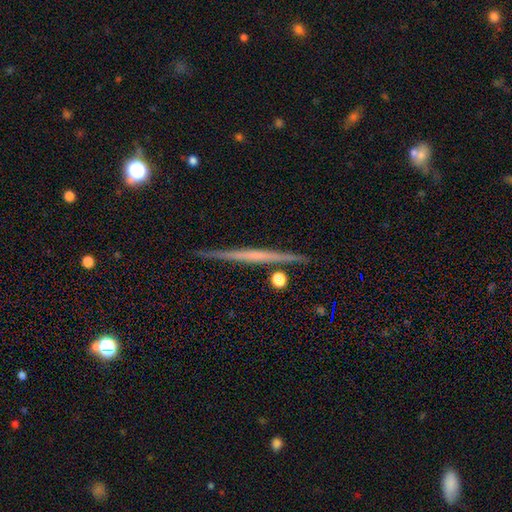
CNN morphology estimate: The model was most divided on "smooth or featured": featured or disk: 65%, smooth: 29%, star or artifact: 6%. More confident: edge-on disk — yes (98%); merging — none (90%); edge-on bulge — none (82%).